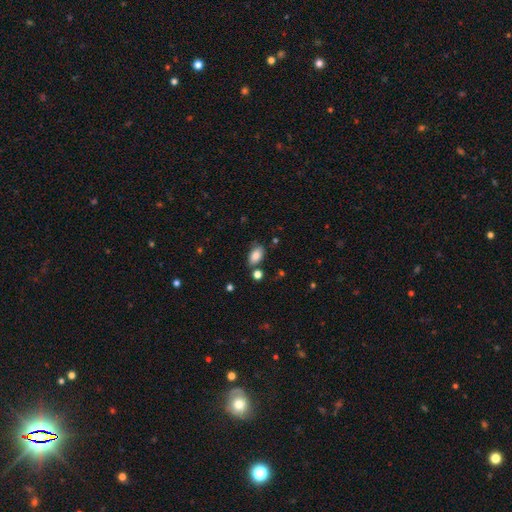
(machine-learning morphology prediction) smooth_or_featured: smooth (p=0.85) [alt: star or artifact p=0.09]
how_rounded: in between (p=0.91) [alt: round p=0.07]
merging: none (p=0.75) [alt: minor disturbance p=0.15]